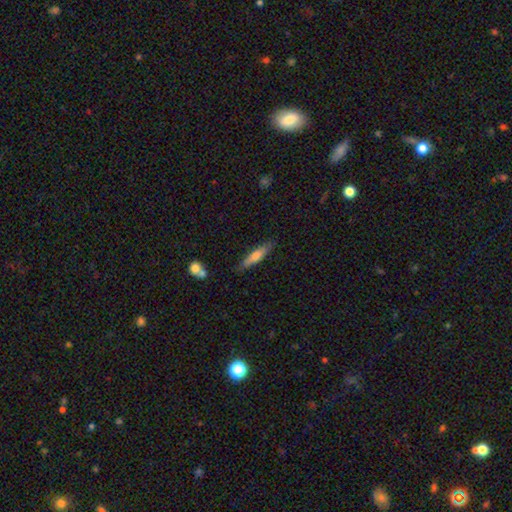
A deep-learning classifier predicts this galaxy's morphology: Smooth or featured? Predicted: smooth (p=0.60). How rounded? Predicted: cigar-shaped (p=0.82). Merging? Predicted: none (p=0.83).